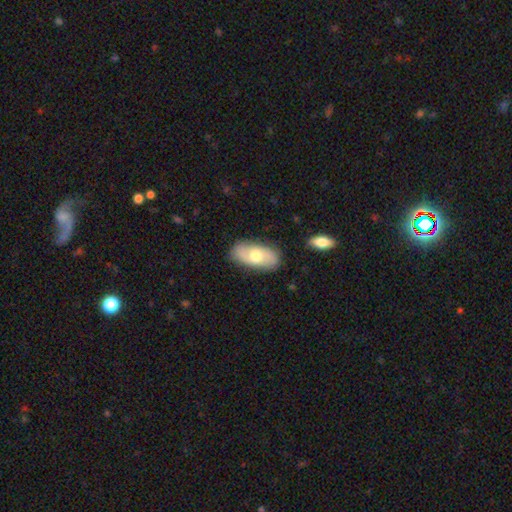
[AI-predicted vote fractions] Q: Smooth or featured?
A: smooth (56%); runner-up: featured or disk (39%)
Q: How rounded?
A: in between (92%); runner-up: cigar-shaped (5%)
Q: Merging?
A: none (83%); runner-up: minor disturbance (12%)